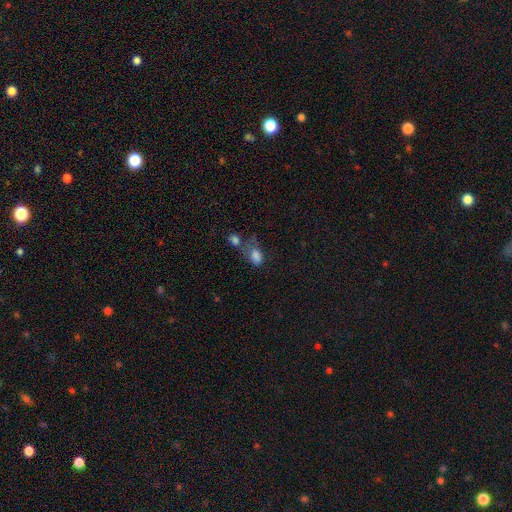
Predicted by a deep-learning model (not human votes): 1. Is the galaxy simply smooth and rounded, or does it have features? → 77% smooth, 12% star or artifact, 11% featured or disk.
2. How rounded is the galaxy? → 84% in between, 14% round, 2% cigar-shaped.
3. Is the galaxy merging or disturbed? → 32% merger, 26% none, 22% major disturbance, 20% minor disturbance.